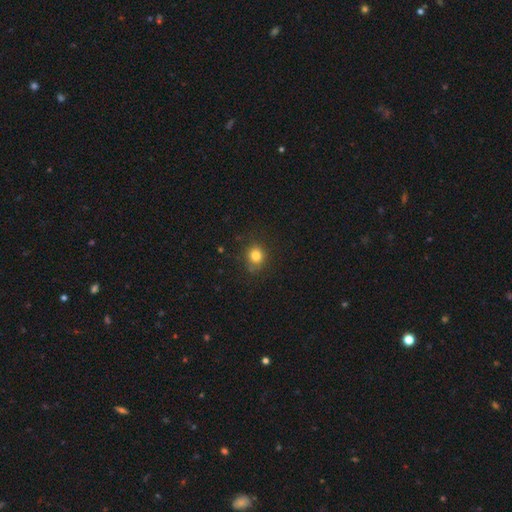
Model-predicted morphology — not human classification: Smooth or featured? smooth (81%)
How rounded? round (78%)
Merging? none (80%)